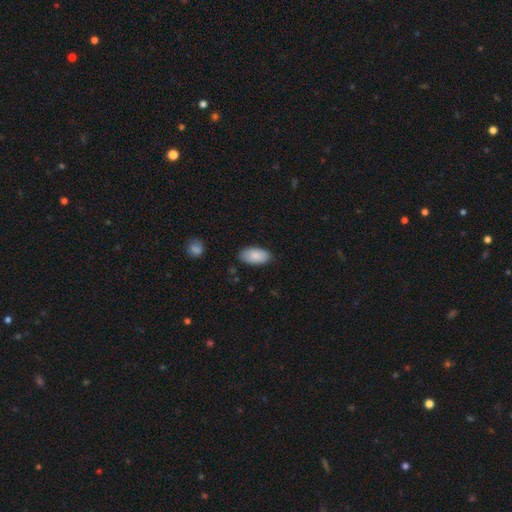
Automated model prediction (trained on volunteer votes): smooth-or-featured: smooth: 84% | featured or disk: 10% | star or artifact: 6%
  how-rounded: in between: 95% | round: 3% | cigar-shaped: 3%
  merging: none: 82% | minor disturbance: 14% | major disturbance: 2% | merger: 1%